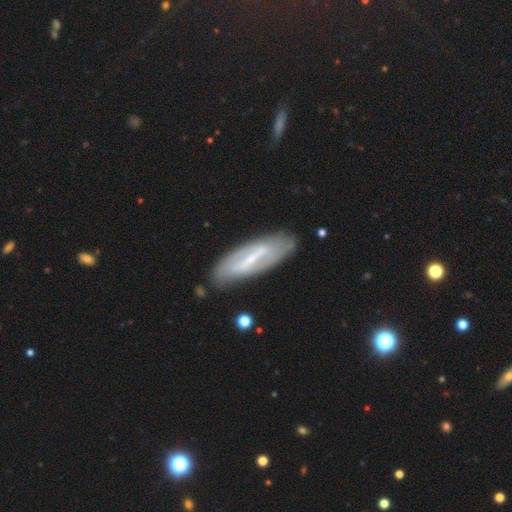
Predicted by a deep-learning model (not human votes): Morphology: type=featured or disk (66%); edge-on=no (71%); merging=none (81%).